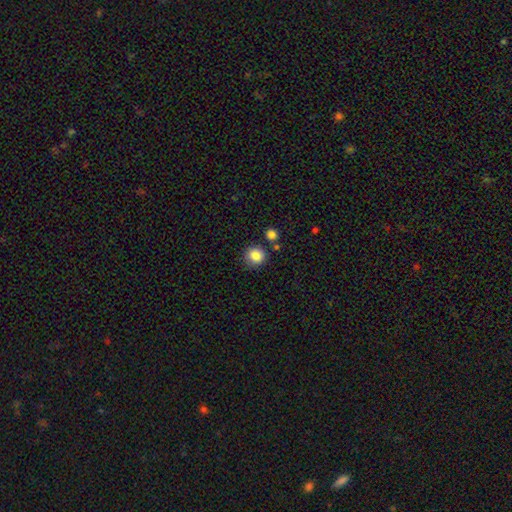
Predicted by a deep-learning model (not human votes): Smooth or featured?
  - smooth: 86% *
  - star or artifact: 9%
  - featured or disk: 4%
How rounded?
  - round: 89% *
  - in between: 10%
  - cigar-shaped: 1%
Merging?
  - none: 81% *
  - minor disturbance: 10%
  - merger: 6%
  - major disturbance: 3%